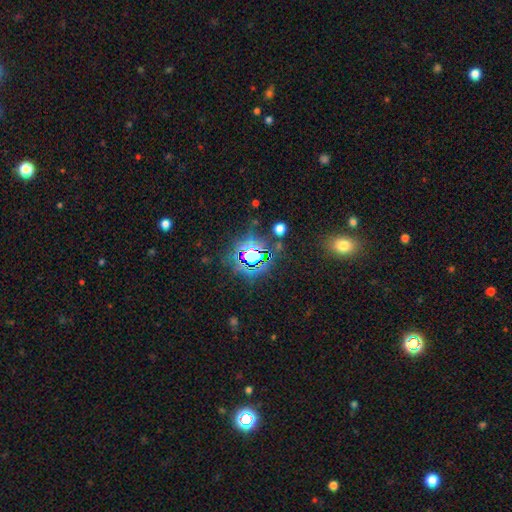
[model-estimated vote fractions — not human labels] star or artifact 74%, smooth 16%, featured or disk 10%.